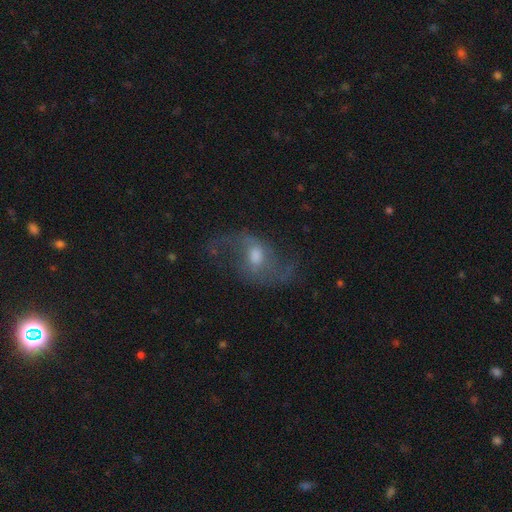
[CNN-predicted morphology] Q: Smooth or featured?
A: featured or disk (81%); runner-up: smooth (11%)
Q: Edge-on disk?
A: no (96%); runner-up: yes (4%)
Q: Bar?
A: weak (50%); runner-up: no (38%)
Q: Spiral arms?
A: yes (92%); runner-up: no (8%)
Q: Spiral winding?
A: loose (72%); runner-up: medium (23%)
Q: Spiral arm count?
A: 2 (91%); runner-up: can't tell (3%)
Q: Bulge size?
A: moderate (59%); runner-up: small (21%)
Q: Merging?
A: none (65%); runner-up: minor disturbance (17%)